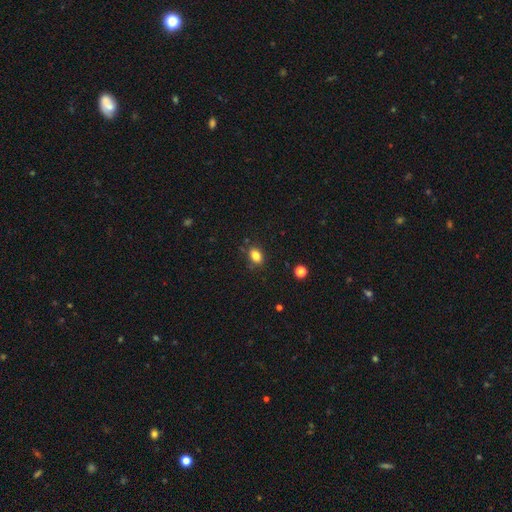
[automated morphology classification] smooth-or-featured: smooth: 84% | star or artifact: 11% | featured or disk: 6%
  how-rounded: in between: 73% | round: 26% | cigar-shaped: 1%
  merging: none: 80% | minor disturbance: 14% | major disturbance: 3% | merger: 3%